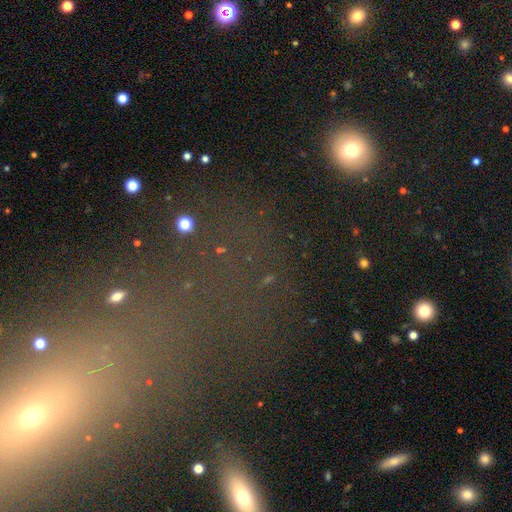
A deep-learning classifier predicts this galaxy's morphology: Smooth or featured: smooth — 42% (star or artifact — 39%)
Merging: none — 65% (major disturbance — 15%)